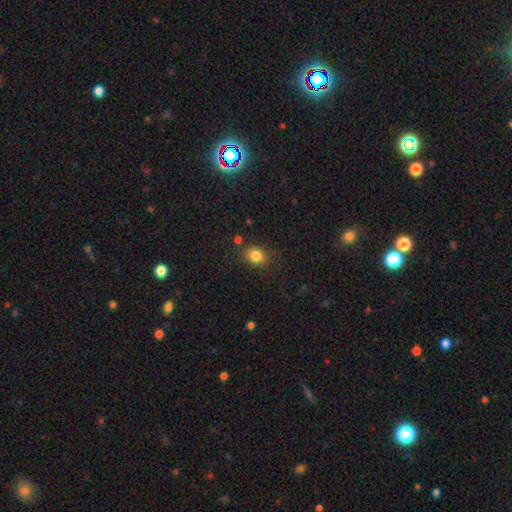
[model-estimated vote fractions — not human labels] Smooth or featured: smooth — 83% (star or artifact — 11%)
How rounded: round — 54% (in between — 45%)
Merging: none — 79% (minor disturbance — 13%)